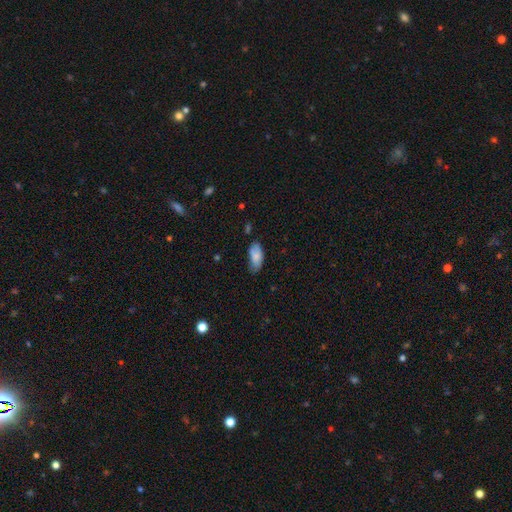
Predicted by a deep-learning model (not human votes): A smooth galaxy with no disk features (80%) that is in between round and cigar-shaped (90%).

Vote fractions:
- Smooth or featured? smooth: 80% / featured or disk: 12% / star or artifact: 7%
- How rounded? in between: 90% / cigar-shaped: 7% / round: 2%
- Merging? none: 56% / minor disturbance: 34% / major disturbance: 7% / merger: 3%